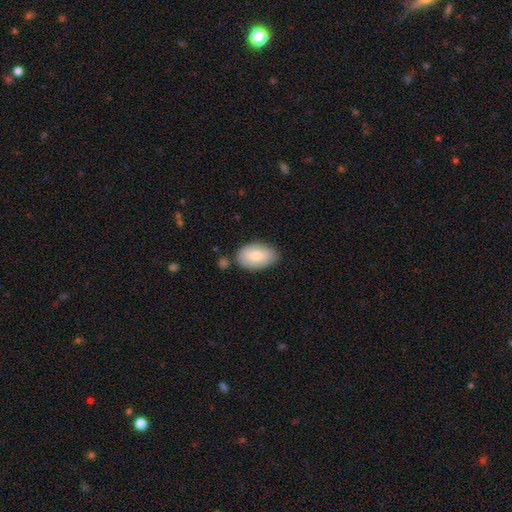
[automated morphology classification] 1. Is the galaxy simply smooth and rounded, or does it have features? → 76% smooth, 17% featured or disk, 6% star or artifact.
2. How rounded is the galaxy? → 90% in between, 9% round, 1% cigar-shaped.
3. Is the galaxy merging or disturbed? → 74% none, 18% minor disturbance, 5% merger, 3% major disturbance.